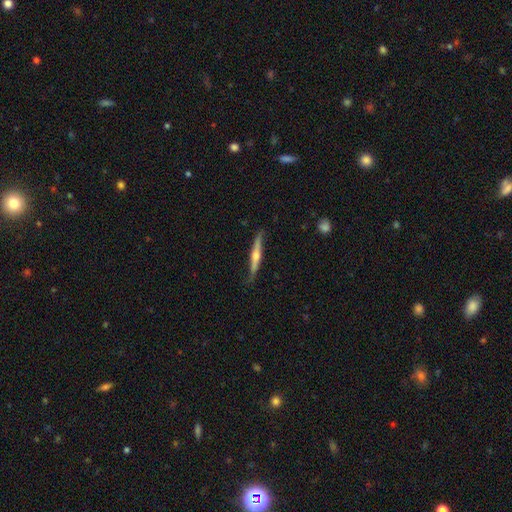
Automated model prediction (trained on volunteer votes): Smooth or featured? Predicted: featured or disk (p=0.69). Edge-on disk? Predicted: yes (p=0.96). Edge-on bulge? Predicted: rounded (p=0.87). Merging? Predicted: none (p=0.80).